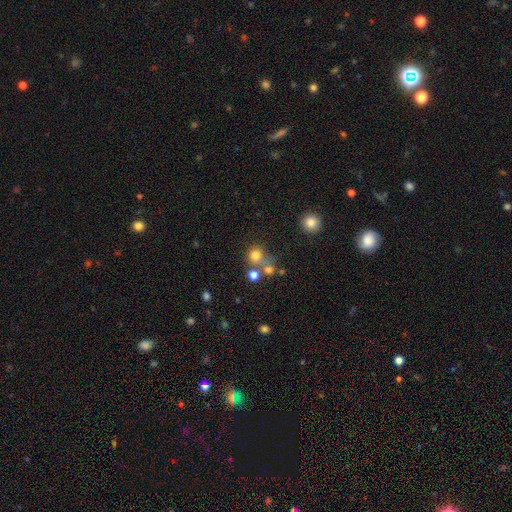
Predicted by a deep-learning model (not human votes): This appears to be a smooth galaxy with no disk features (74%) that is round (88%). Merging: none (56%).